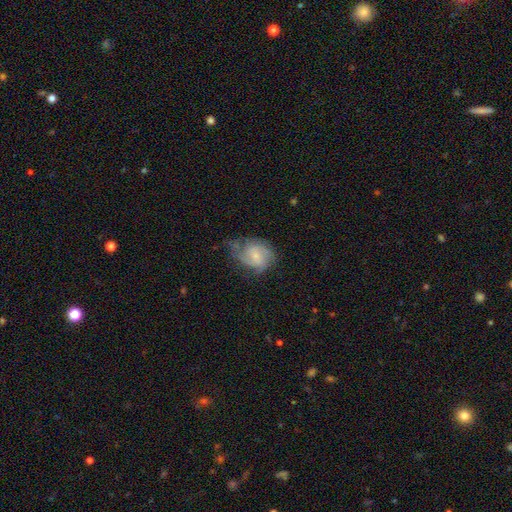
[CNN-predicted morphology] Smooth or featured: featured or disk — 70% (smooth — 23%)
Edge-on disk: no — 98% (yes — 2%)
Bar: no — 62% (weak — 33%)
Spiral arms: yes — 91% (no — 9%)
Spiral winding: medium — 45% (tight — 37%)
Spiral arm count: 2 — 42% (can't tell — 23%)
Bulge size: small — 67% (moderate — 26%)
Merging: none — 48% (minor disturbance — 31%)